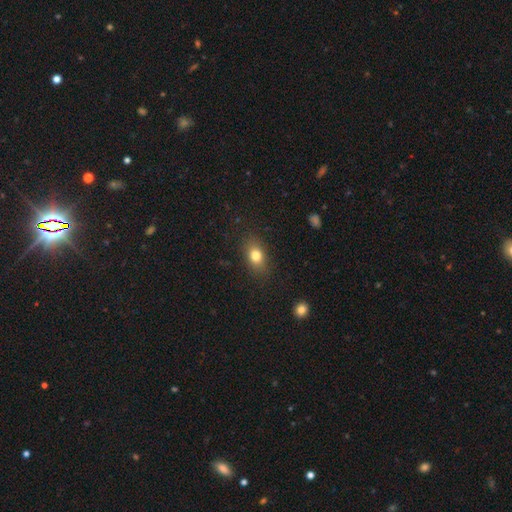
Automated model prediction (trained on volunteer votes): Q: Smooth or featured?
A: smooth (79%); runner-up: star or artifact (10%)
Q: How rounded?
A: in between (73%); runner-up: round (24%)
Q: Merging?
A: none (84%); runner-up: minor disturbance (11%)